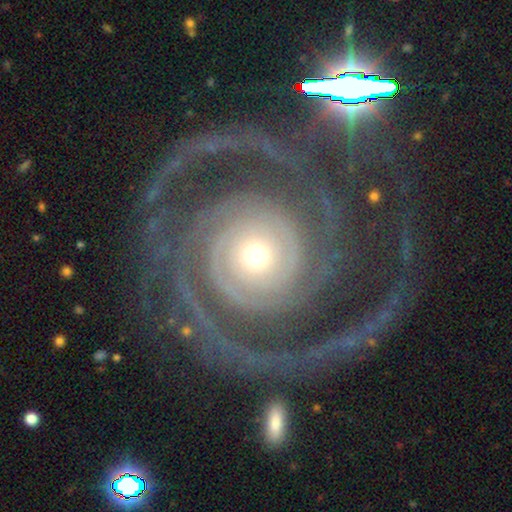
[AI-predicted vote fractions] A featured or disk galaxy (92%) with no bar (79%), 2 (56%) tight (66%) spiral arms (98%) and a small central bulge (55%). Merging: none (65%).